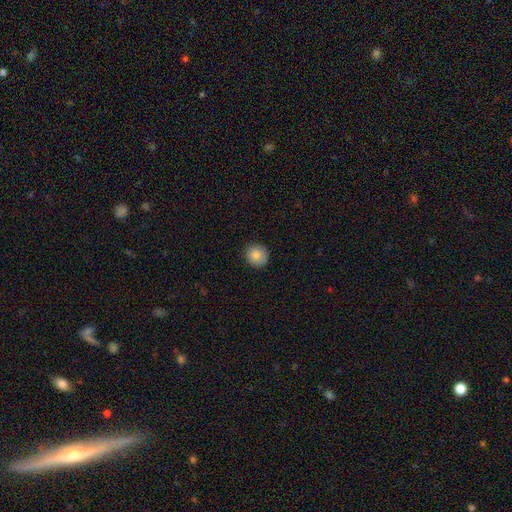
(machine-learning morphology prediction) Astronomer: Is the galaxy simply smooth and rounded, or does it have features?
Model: smooth — 83%.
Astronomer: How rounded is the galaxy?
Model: round — 94%.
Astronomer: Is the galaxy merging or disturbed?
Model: none — 90%.